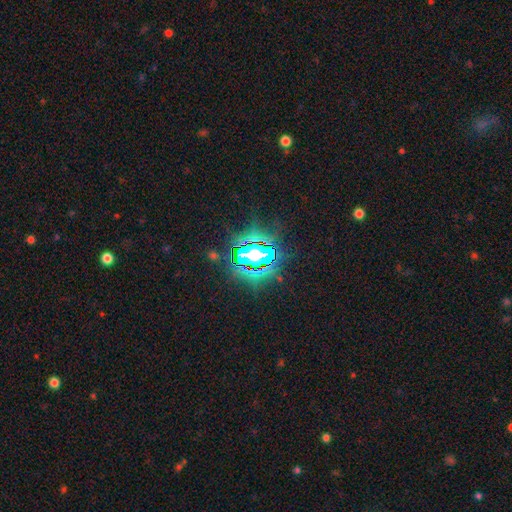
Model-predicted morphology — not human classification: A star or artifact, not a galaxy (83%).